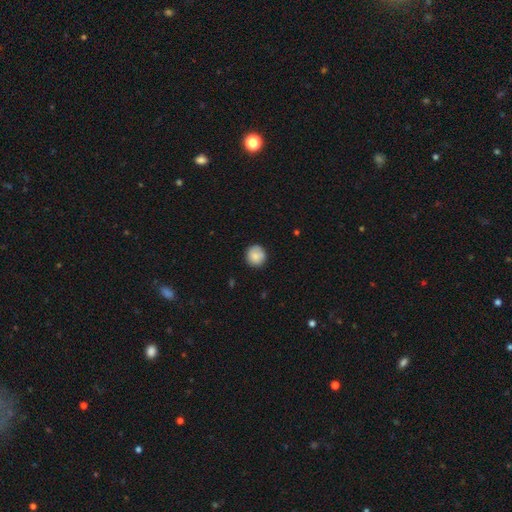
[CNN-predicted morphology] smooth 85%, star or artifact 8%, featured or disk 8%. Down the decision tree: how rounded — round (93%); merging — none (87%).